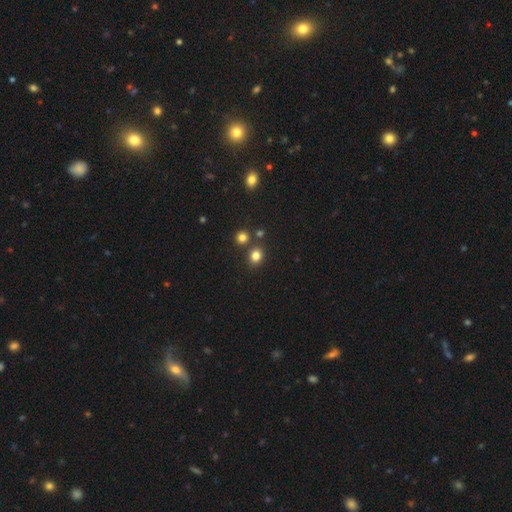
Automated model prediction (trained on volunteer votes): This is clearly a smooth galaxy (80%). How rounded: likely round (69%). Merging: likely none (76%).